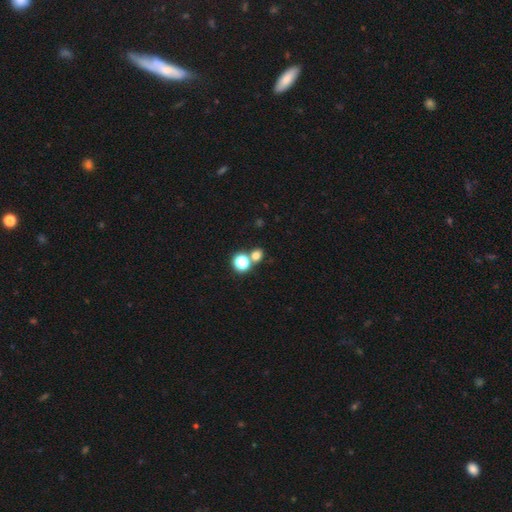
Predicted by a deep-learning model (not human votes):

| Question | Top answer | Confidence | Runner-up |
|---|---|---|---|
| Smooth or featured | smooth | 70% | star or artifact (22%) |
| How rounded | round | 74% | in between (25%) |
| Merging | none | 61% | merger (28%) |